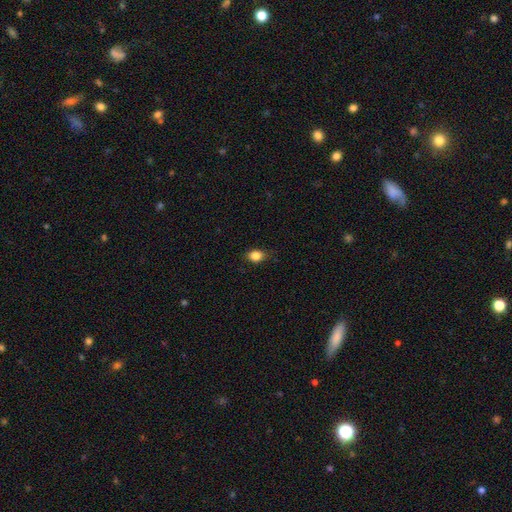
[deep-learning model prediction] This is clearly a smooth galaxy (84%). How rounded: likely in between (61%). Merging: likely none (78%).